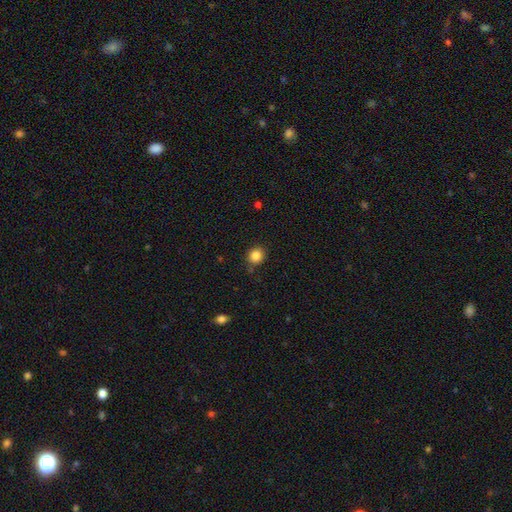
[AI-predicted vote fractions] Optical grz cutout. It shows a smooth galaxy with no disk features (85%) that is round (83%). Merging: none (83%).